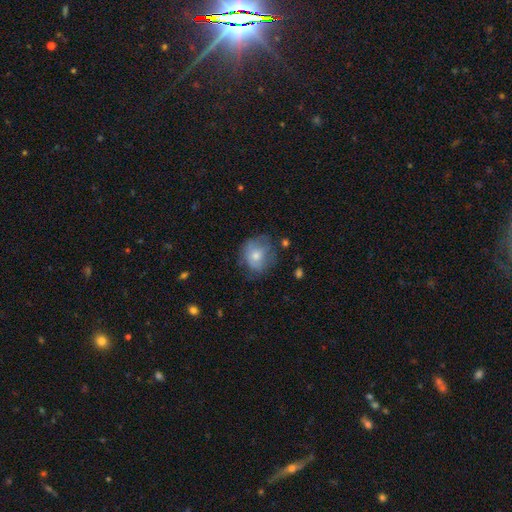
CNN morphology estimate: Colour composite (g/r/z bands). It shows a smooth galaxy with no disk features (66%) that is round (70%). Merging: none (56%).